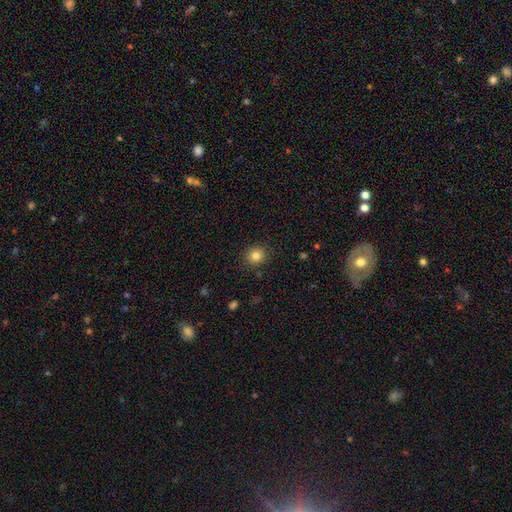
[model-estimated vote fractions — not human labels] The model was most divided on "smooth or featured": smooth: 83%, star or artifact: 12%, featured or disk: 5%. More confident: merging — none (89%); how rounded — round (89%).